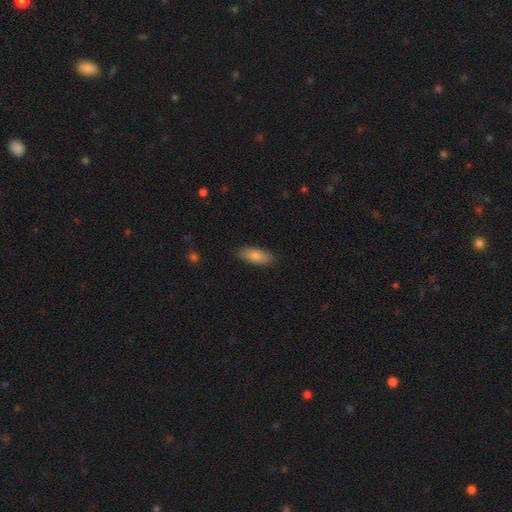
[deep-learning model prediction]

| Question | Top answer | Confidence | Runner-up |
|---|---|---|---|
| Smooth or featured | smooth | 84% | featured or disk (10%) |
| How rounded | in between | 83% | cigar-shaped (15%) |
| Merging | none | 86% | minor disturbance (11%) |